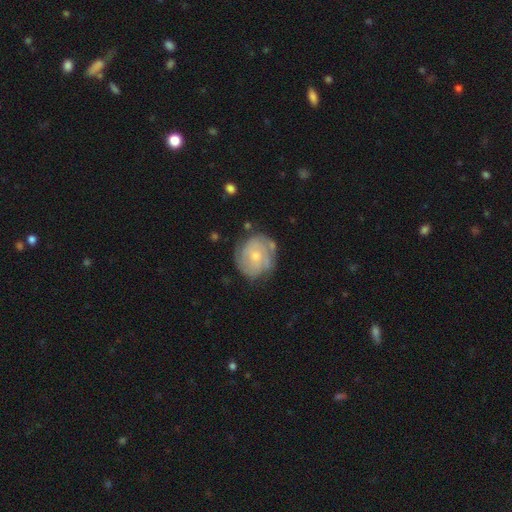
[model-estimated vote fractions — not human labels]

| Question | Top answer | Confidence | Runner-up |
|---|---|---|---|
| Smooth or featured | featured or disk | 70% | smooth (24%) |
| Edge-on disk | no | 98% | yes (2%) |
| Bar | no | 73% | weak (23%) |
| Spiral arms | yes | 87% | no (13%) |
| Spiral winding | tight | 68% | medium (24%) |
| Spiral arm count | can't tell | 39% | 2 (31%) |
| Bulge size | small | 53% | moderate (42%) |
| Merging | none | 69% | minor disturbance (21%) |